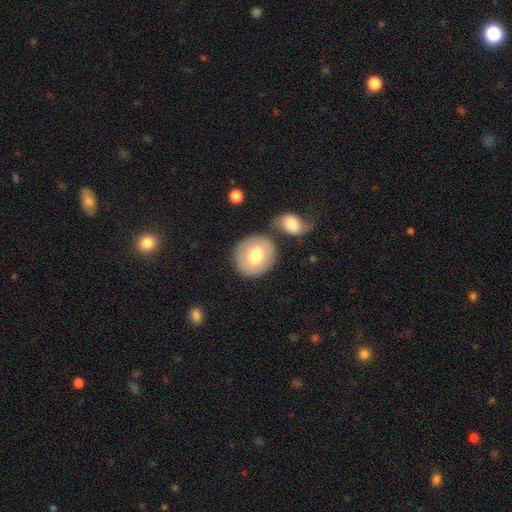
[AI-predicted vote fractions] A smooth galaxy with no disk features (69%) that is round (76%). Merging: none (67%).